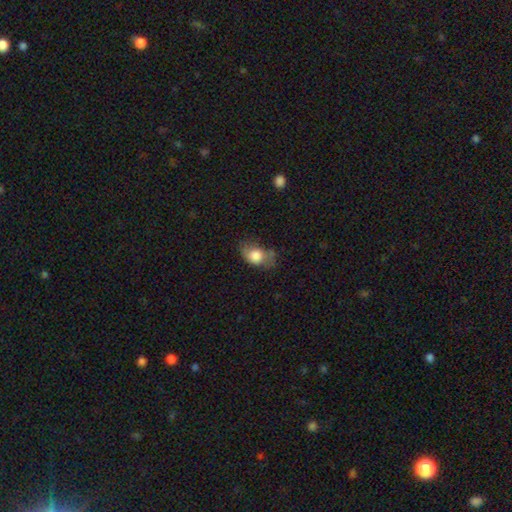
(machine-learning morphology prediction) Smooth or featured?
  - smooth: 77% *
  - featured or disk: 16%
  - star or artifact: 7%
How rounded?
  - in between: 79% *
  - round: 19%
  - cigar-shaped: 2%
Merging?
  - none: 50% *
  - minor disturbance: 33%
  - major disturbance: 14%
  - merger: 3%